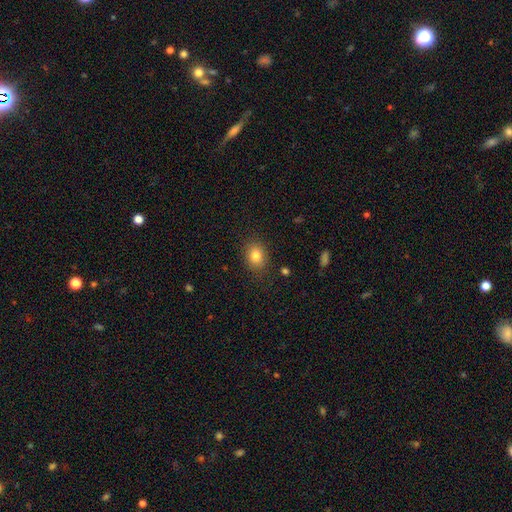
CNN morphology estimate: smooth 82%, star or artifact 11%, featured or disk 8%. Down the decision tree: how rounded — in between (54%); merging — none (86%).